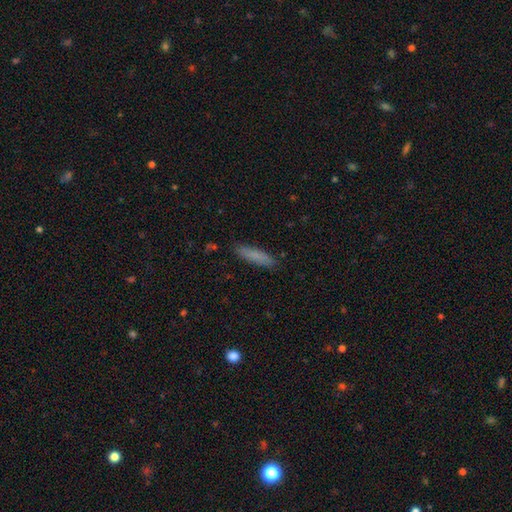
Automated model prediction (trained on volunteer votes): This appears to be a smooth galaxy with no disk features (83%) that is cigar-shaped (82%). Merging: none (87%).